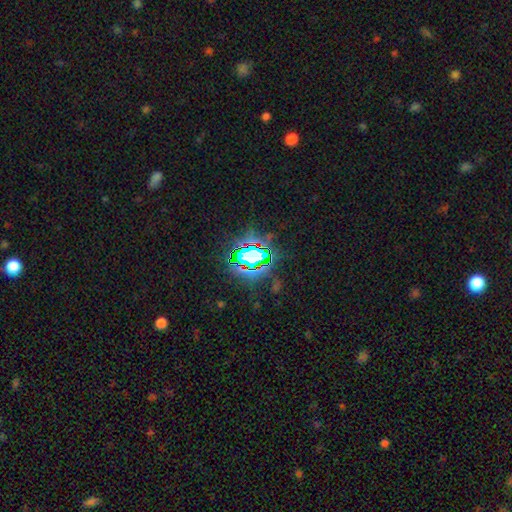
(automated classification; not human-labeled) Smooth or featured?
  - star or artifact: 73% *
  - smooth: 15%
  - featured or disk: 12%